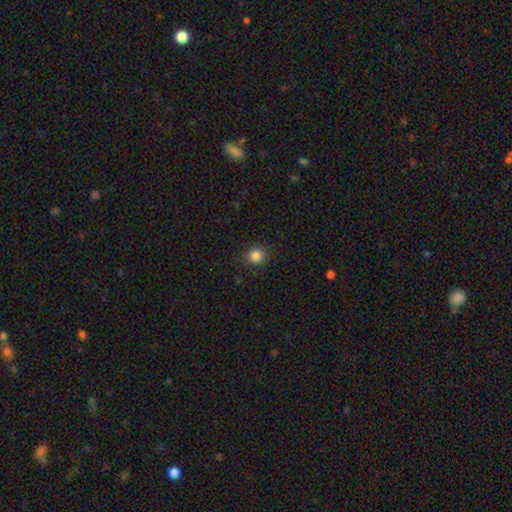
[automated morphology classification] Q: Smooth or featured?
A: smooth (84%); runner-up: star or artifact (11%)
Q: How rounded?
A: round (85%); runner-up: in between (14%)
Q: Merging?
A: none (89%); runner-up: minor disturbance (8%)